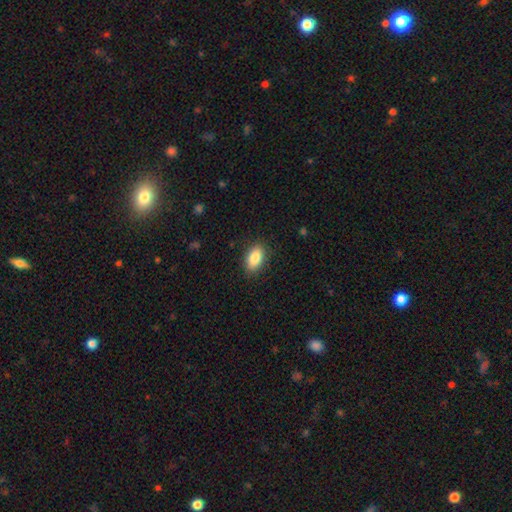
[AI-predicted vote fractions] smooth 88%, star or artifact 7%, featured or disk 5%. Down the decision tree: how rounded — in between (91%); merging — none (87%).